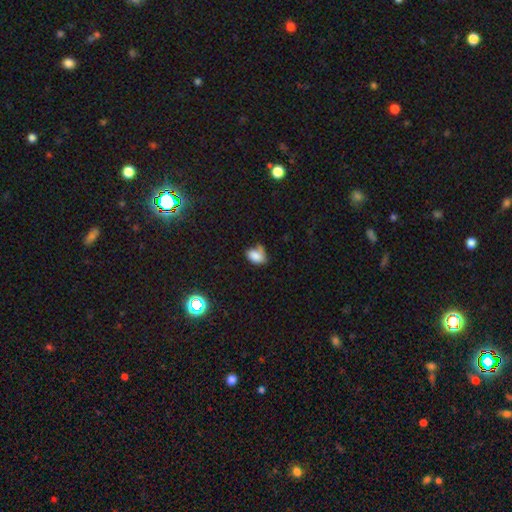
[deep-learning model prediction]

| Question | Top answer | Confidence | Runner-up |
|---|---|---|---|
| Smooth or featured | smooth | 76% | featured or disk (12%) |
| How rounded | in between | 81% | round (17%) |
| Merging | none | 40% | minor disturbance (32%) |